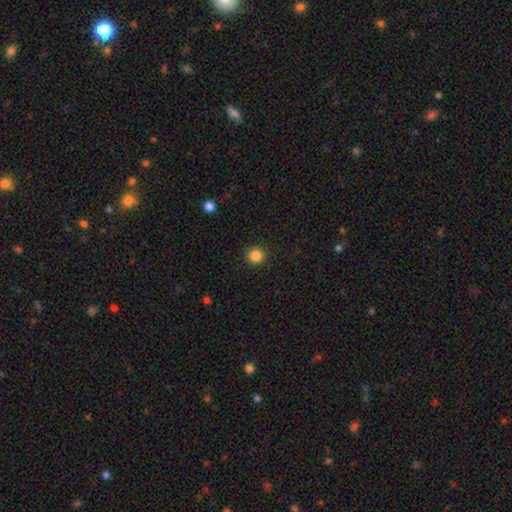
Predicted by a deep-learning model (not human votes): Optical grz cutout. It shows a smooth galaxy with no disk features (85%) that is round (94%). Merging: none (92%).